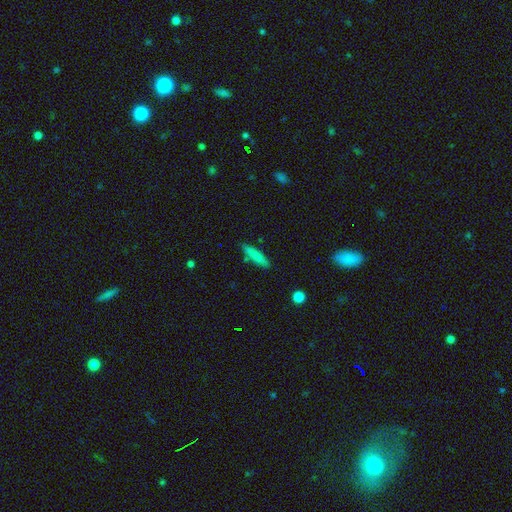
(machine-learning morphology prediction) This is clearly a smooth galaxy (82%). How rounded: clearly cigar-shaped (81%). Merging: clearly none (82%).